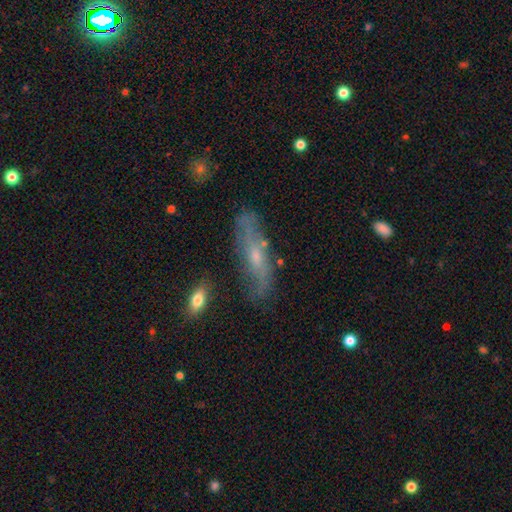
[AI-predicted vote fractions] This appears to be a featured or disk galaxy (63%). Merging: none (71%).